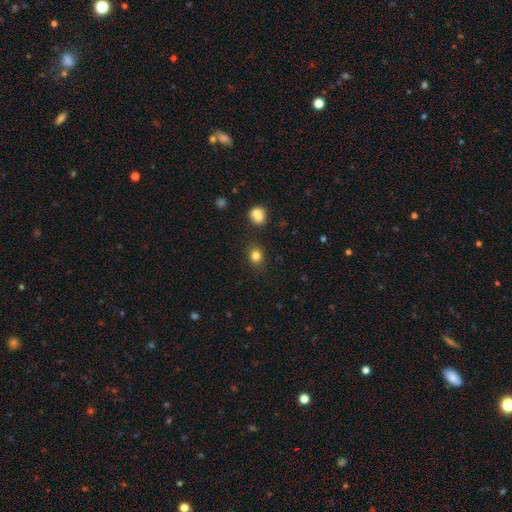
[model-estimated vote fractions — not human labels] Smooth or featured: smooth — 82% (star or artifact — 12%)
How rounded: round — 74% (in between — 25%)
Merging: none — 84% (minor disturbance — 9%)